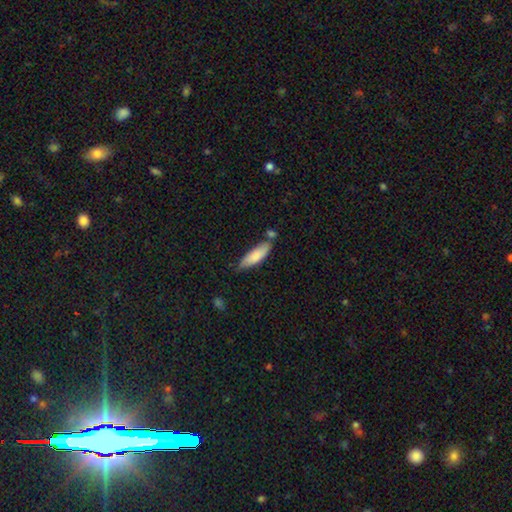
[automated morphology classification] This is clearly a smooth galaxy (82%). How rounded: possibly cigar-shaped (50%). Merging: likely none (63%).